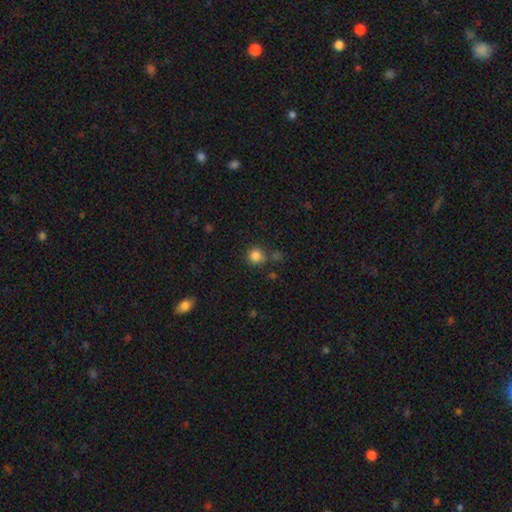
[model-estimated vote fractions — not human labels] The model was most divided on "merging": none: 70%, minor disturbance: 13%, merger: 12%, major disturbance: 5%. More confident: how rounded — round (91%); smooth or featured — smooth (84%).